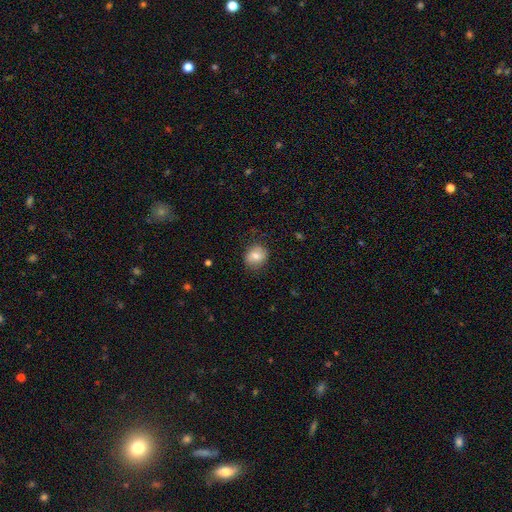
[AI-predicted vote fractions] A smooth galaxy with no disk features (75%) that is round (70%). Merging: none (82%).